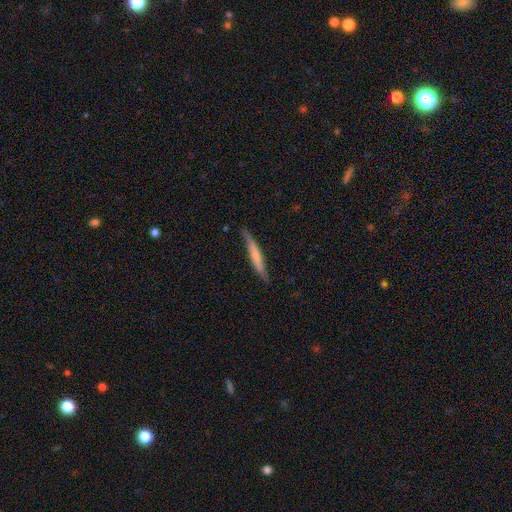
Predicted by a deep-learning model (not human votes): This appears to be a smooth galaxy with no disk features (59%) that is cigar-shaped (95%). Merging: none (74%).